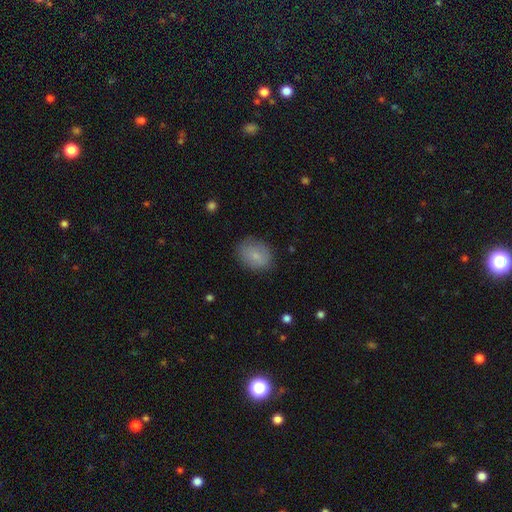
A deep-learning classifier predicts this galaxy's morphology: type=smooth (81%); roundness=in between (56%); merging=none (79%).